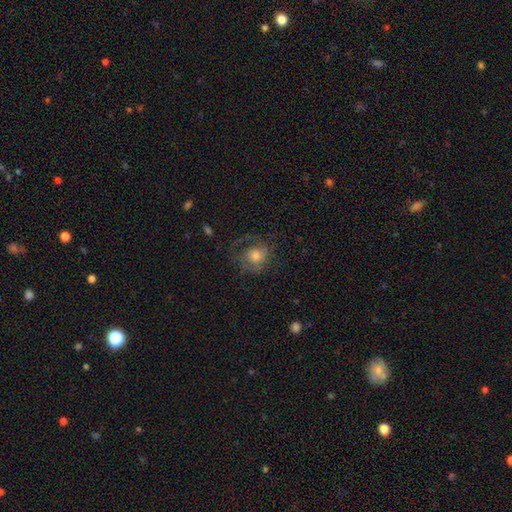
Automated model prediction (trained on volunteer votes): A featured or disk galaxy (48%).

Vote fractions:
- Smooth or featured? featured or disk: 48% / smooth: 42% / star or artifact: 10%
- Merging? none: 57% / major disturbance: 23% / minor disturbance: 19% / merger: 1%